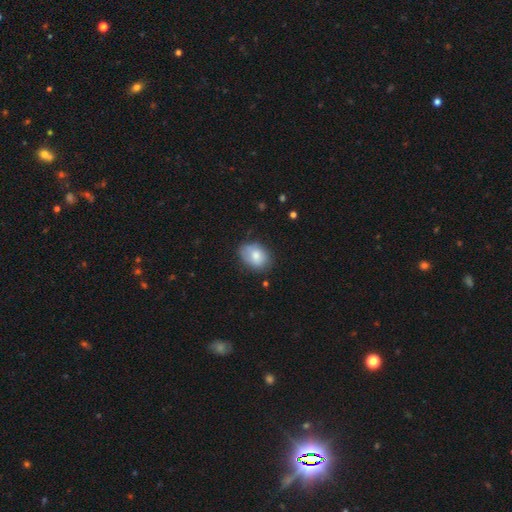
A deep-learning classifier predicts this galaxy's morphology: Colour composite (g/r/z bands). It shows a smooth galaxy with no disk features (77%) that is in between round and cigar-shaped (72%). Merging: none (68%).